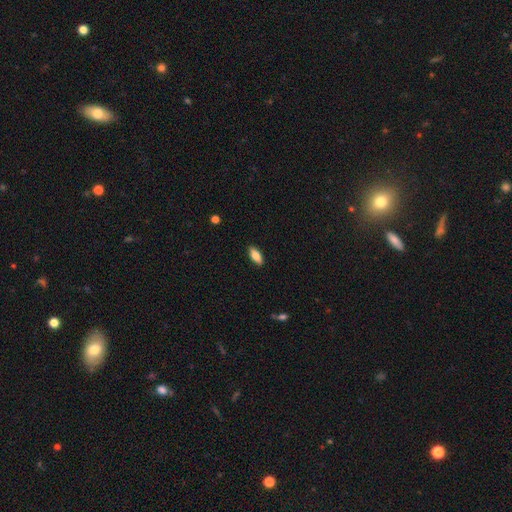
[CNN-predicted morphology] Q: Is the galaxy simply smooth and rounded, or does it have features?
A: smooth — 77%.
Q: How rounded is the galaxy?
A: in between — 79%.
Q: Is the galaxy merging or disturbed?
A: none — 89%.